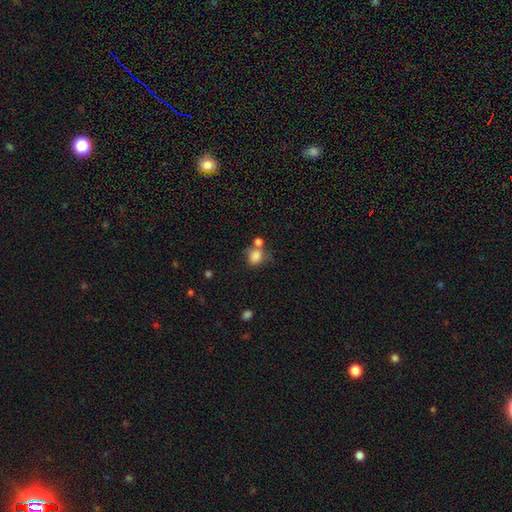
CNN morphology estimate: smooth-or-featured: smooth: 82% | star or artifact: 10% | featured or disk: 7%
  how-rounded: round: 67% | in between: 32% | cigar-shaped: 1%
  merging: none: 47% | merger: 30% | minor disturbance: 16% | major disturbance: 7%